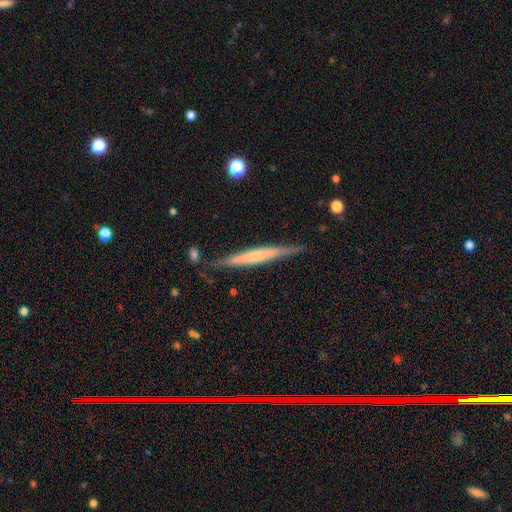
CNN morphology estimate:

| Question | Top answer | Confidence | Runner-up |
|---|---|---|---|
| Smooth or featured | featured or disk | 57% | smooth (37%) |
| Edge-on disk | yes | 96% | no (4%) |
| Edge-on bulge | none | 48% | rounded (35%) |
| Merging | none | 83% | minor disturbance (13%) |